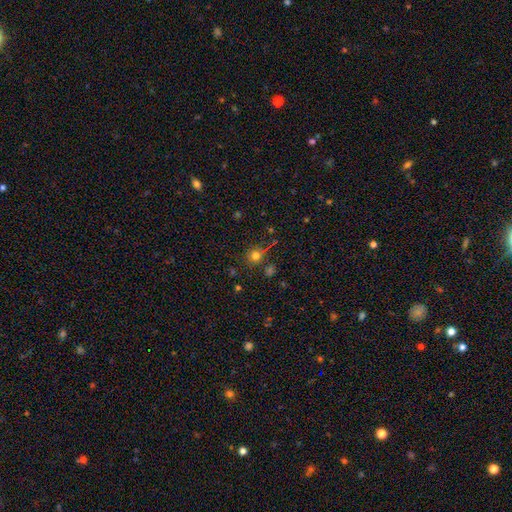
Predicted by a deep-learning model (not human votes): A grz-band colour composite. It shows a smooth galaxy with no disk features (71%) that is round (89%). Merging: none (75%).